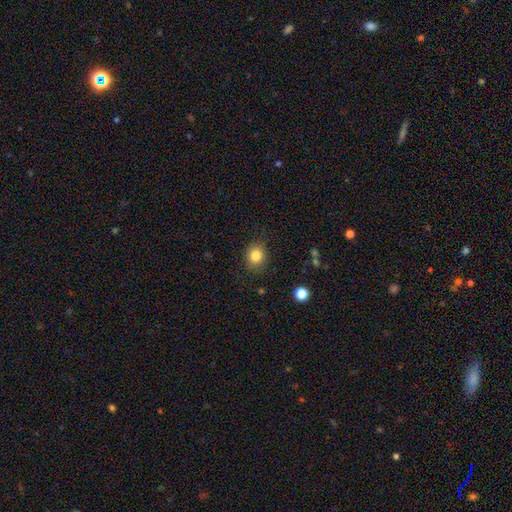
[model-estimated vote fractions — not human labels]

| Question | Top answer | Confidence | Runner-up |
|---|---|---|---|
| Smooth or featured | smooth | 83% | star or artifact (11%) |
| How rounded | round | 74% | in between (25%) |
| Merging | none | 85% | minor disturbance (11%) |